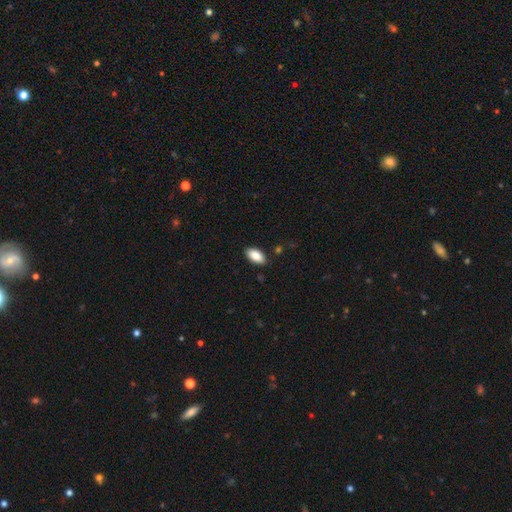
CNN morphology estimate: smooth-or-featured: smooth: 87% | star or artifact: 7% | featured or disk: 7%
  how-rounded: in between: 93% | cigar-shaped: 4% | round: 3%
  merging: none: 88% | minor disturbance: 9% | major disturbance: 2% | merger: 1%